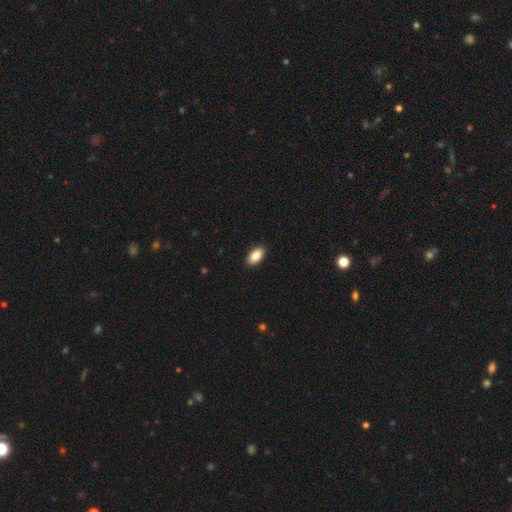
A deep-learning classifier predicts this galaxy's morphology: A smooth galaxy with no disk features (87%) that is in between round and cigar-shaped (94%).

Vote fractions:
- Smooth or featured? smooth: 87% / star or artifact: 7% / featured or disk: 6%
- How rounded? in between: 94% / round: 3% / cigar-shaped: 3%
- Merging? none: 90% / minor disturbance: 7% / major disturbance: 2% / merger: 1%